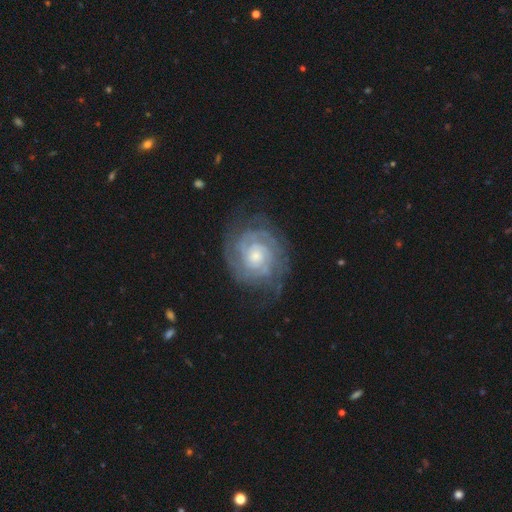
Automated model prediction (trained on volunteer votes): The model was most divided on "spiral arm count": 2: 34%, can't tell: 27%, 3: 19%, 4: 9%, more than 4: 6%, 1: 5%. More confident: edge-on disk — no (97%); spiral arms — yes (97%); smooth or featured — featured or disk (87%); spiral winding — tight (77%); merging — none (75%); bar — no (72%); bulge size — small (51%).